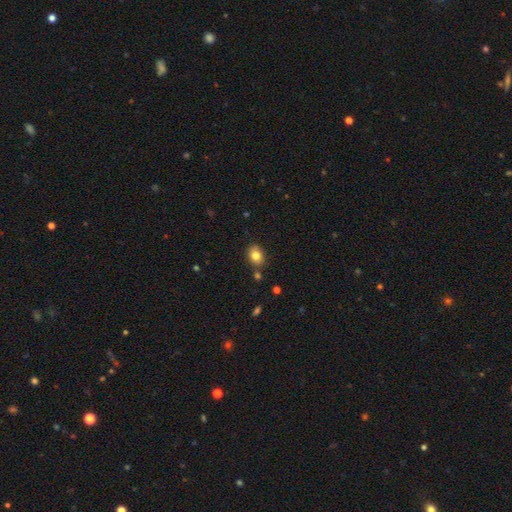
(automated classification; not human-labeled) This appears to be a smooth galaxy with no disk features (82%) that is in between round and cigar-shaped (61%). Merging: none (77%).